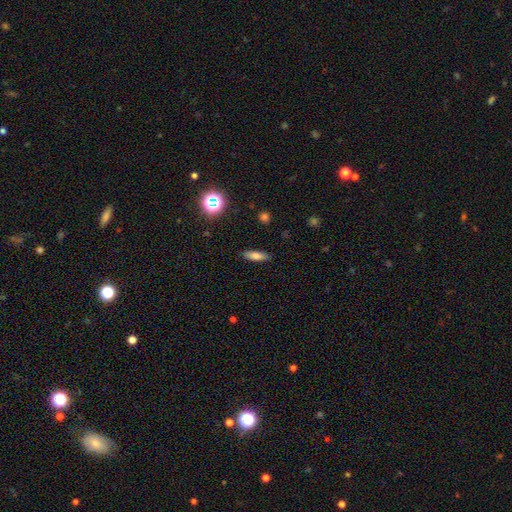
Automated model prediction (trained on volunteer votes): smooth_or_featured: smooth (p=0.73) [alt: featured or disk p=0.16]
how_rounded: cigar-shaped (p=0.49) [alt: in between p=0.48]
merging: none (p=0.88) [alt: minor disturbance p=0.09]